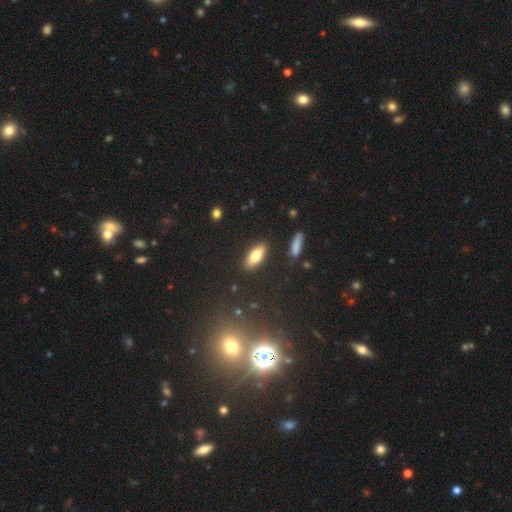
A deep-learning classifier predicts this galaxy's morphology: This appears to be a smooth galaxy with no disk features (75%) that is in between round and cigar-shaped (76%). Merging: none (86%).